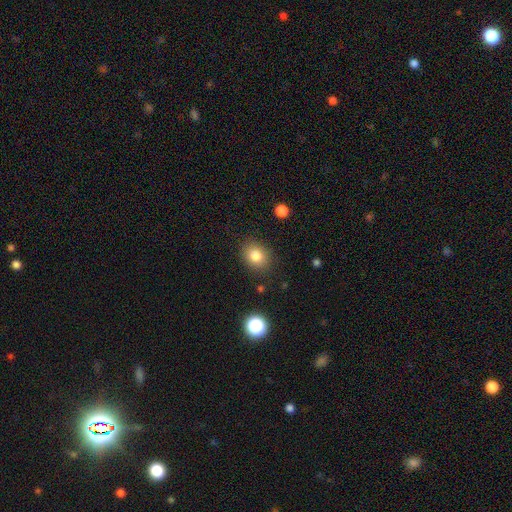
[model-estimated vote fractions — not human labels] Overall: smooth (81%). How rounded: round (59%; in between 40%). Merging: none (86%).